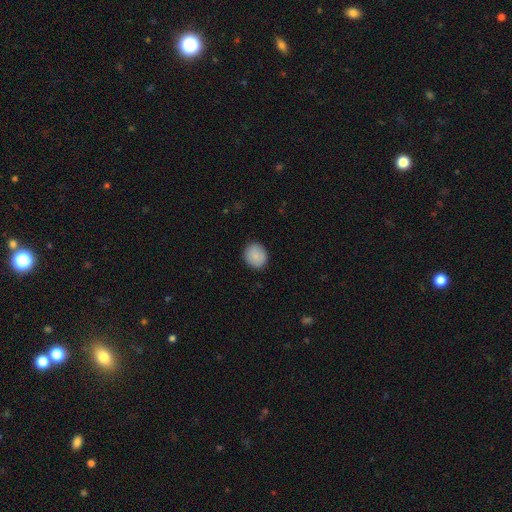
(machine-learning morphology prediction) smooth-or-featured: smooth: 88% | star or artifact: 7% | featured or disk: 5%
  how-rounded: round: 71% | in between: 28% | cigar-shaped: 1%
  merging: none: 89% | minor disturbance: 8% | major disturbance: 2% | merger: 1%